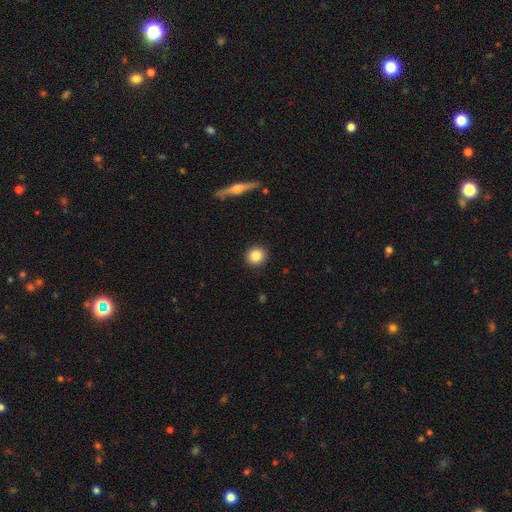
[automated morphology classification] smooth_or_featured: smooth (p=0.84) [alt: star or artifact p=0.09]
how_rounded: round (p=0.89) [alt: in between p=0.10]
merging: none (p=0.92) [alt: minor disturbance p=0.05]